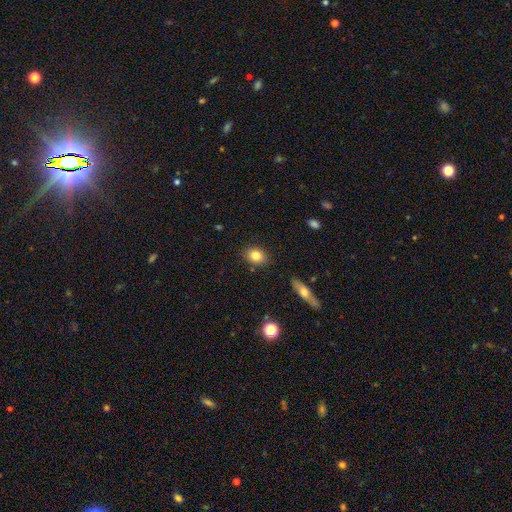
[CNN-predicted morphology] Q: Smooth or featured?
A: smooth (81%); runner-up: featured or disk (10%)
Q: How rounded?
A: in between (55%); runner-up: round (43%)
Q: Merging?
A: none (86%); runner-up: minor disturbance (10%)